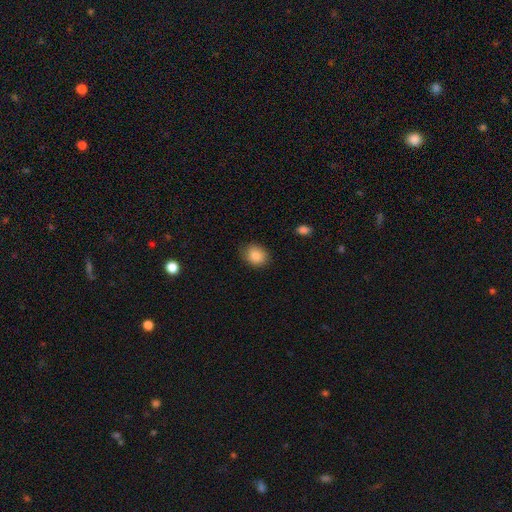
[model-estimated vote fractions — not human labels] smooth-or-featured: smooth: 85% | star or artifact: 9% | featured or disk: 6%
  how-rounded: round: 58% | in between: 41% | cigar-shaped: 1%
  merging: none: 81% | minor disturbance: 15% | major disturbance: 3% | merger: 1%